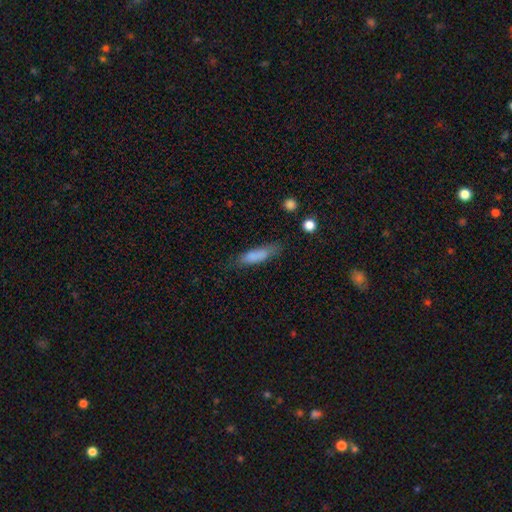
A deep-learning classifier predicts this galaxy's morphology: smooth 80%, featured or disk 12%, star or artifact 7%. Down the decision tree: how rounded — cigar-shaped (62%); merging — none (69%).